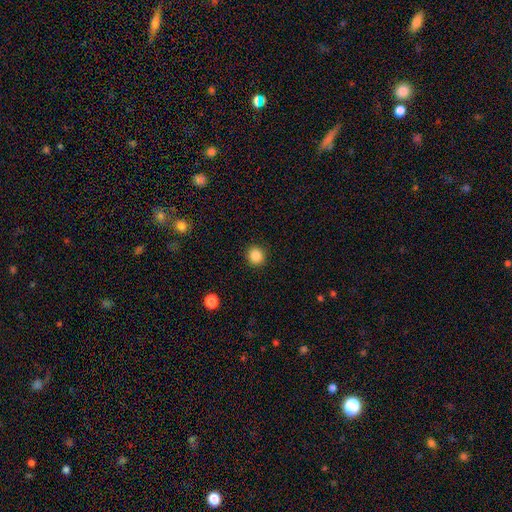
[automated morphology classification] Overall: smooth (87%). How rounded: round (90%). Merging: none (92%).